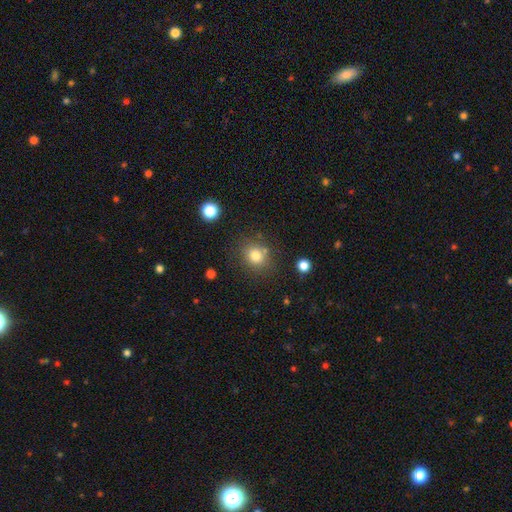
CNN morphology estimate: This appears to be a smooth galaxy with no disk features (80%) that is round (73%). Merging: none (76%).